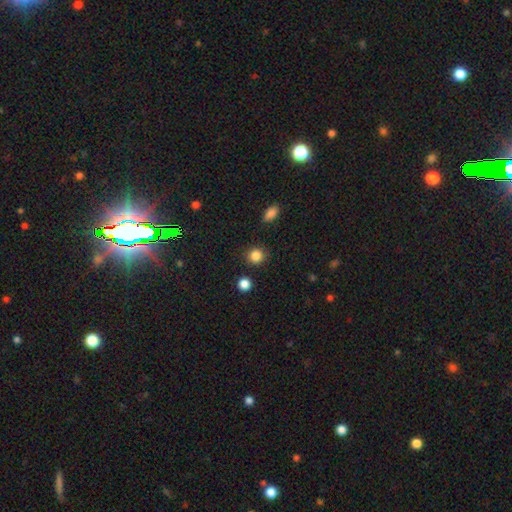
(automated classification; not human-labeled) Smooth or featured? smooth (85%)
How rounded? round (89%)
Merging? none (88%)